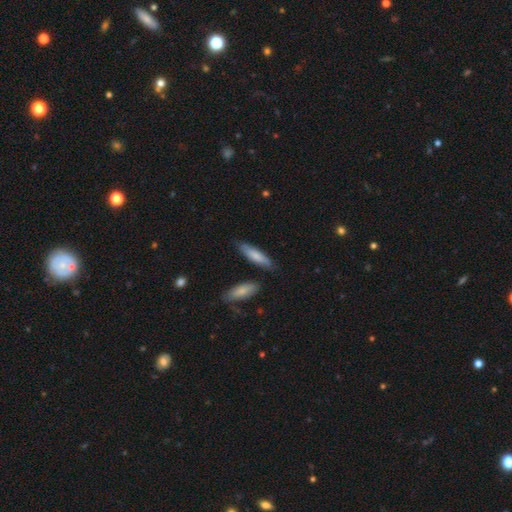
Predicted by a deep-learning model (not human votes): smooth 77%, featured or disk 18%, star or artifact 5%. Down the decision tree: how rounded — cigar-shaped (66%); merging — none (78%).